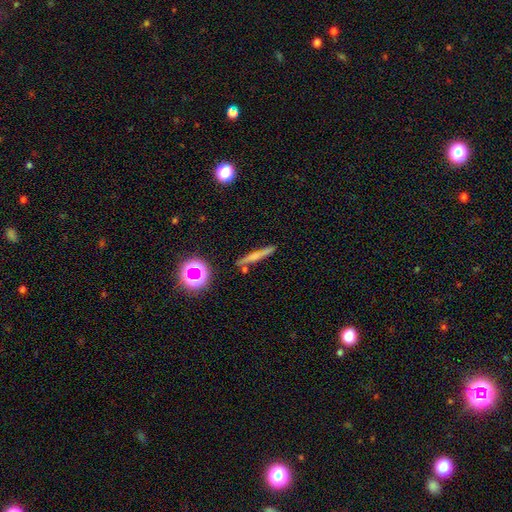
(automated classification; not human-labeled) A smooth galaxy with no disk features (49%). Merging: none (81%).